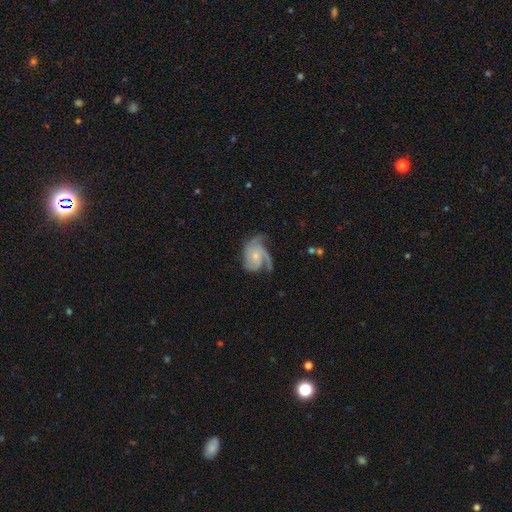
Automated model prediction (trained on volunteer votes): The model was most divided on "spiral winding": medium: 46%, tight: 36%, loose: 18%. More confident: edge-on disk — no (98%); spiral arms — yes (96%); smooth or featured — featured or disk (85%); bar — no (72%); bulge size — small (63%); spiral arm count — 3 (55%); merging — none (54%).